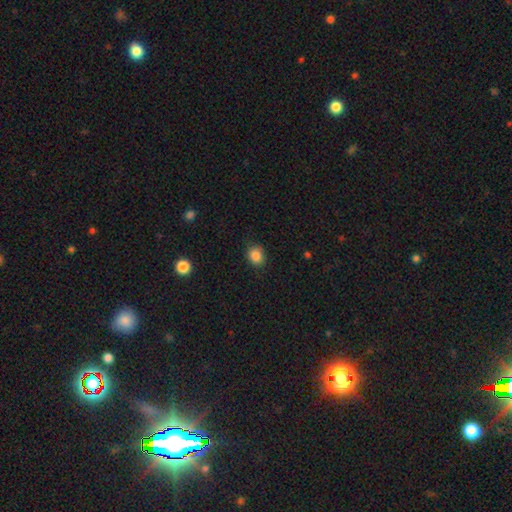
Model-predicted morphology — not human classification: This appears to be a smooth galaxy with no disk features (86%) that is round (62%). Merging: none (87%).